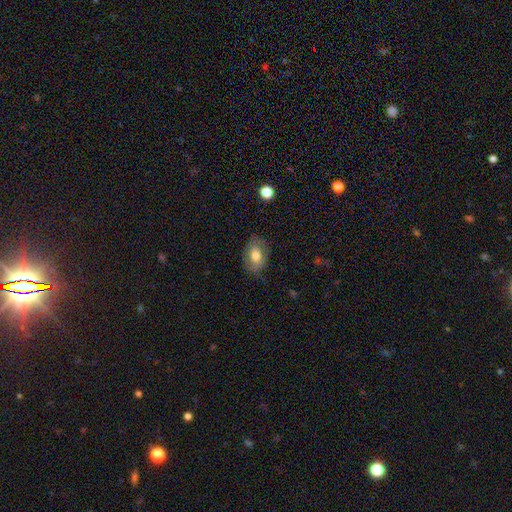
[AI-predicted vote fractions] The model was most divided on "smooth or featured": smooth: 71%, featured or disk: 21%, star or artifact: 8%. More confident: how rounded — in between (82%); merging — none (77%).